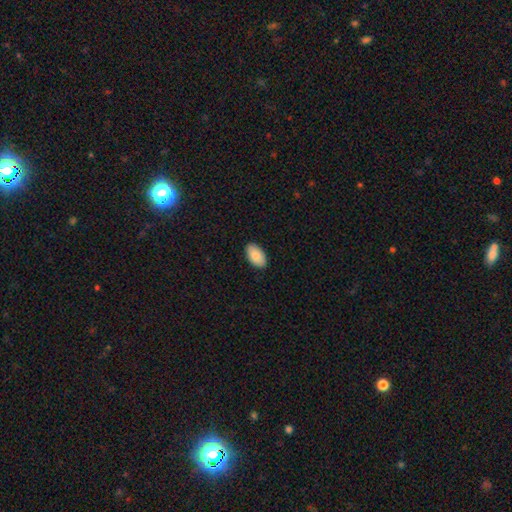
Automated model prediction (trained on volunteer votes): This appears to be a smooth galaxy with no disk features (88%) that is in between round and cigar-shaped (96%). Merging: none (89%).